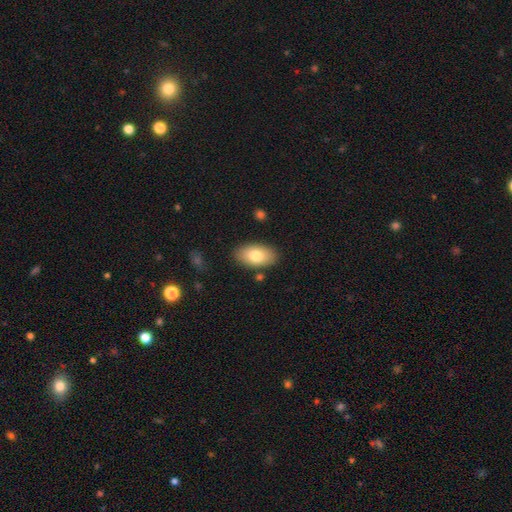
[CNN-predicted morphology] type=smooth (78%); roundness=in between (94%); merging=none (85%).